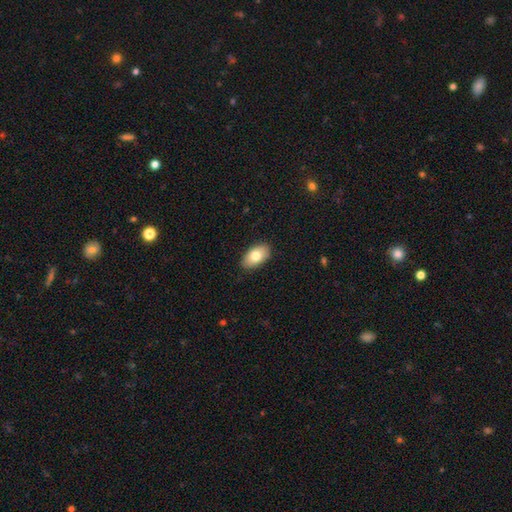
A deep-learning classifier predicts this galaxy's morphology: This appears to be a smooth galaxy with no disk features (78%) that is in between round and cigar-shaped (93%). Merging: none (87%).